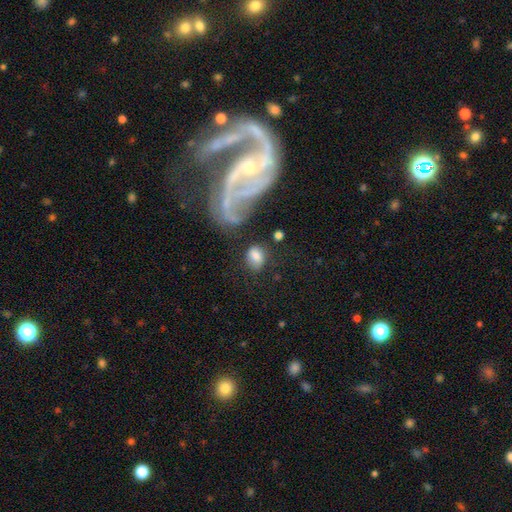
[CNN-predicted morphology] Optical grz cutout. It shows a smooth galaxy with no disk features (75%) that is in between round and cigar-shaped (70%). Merging: none (60%).